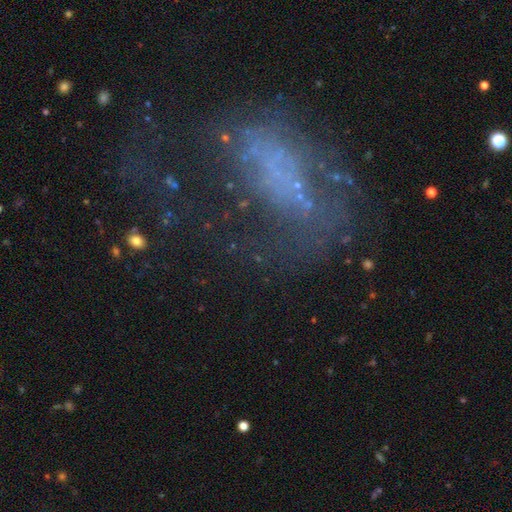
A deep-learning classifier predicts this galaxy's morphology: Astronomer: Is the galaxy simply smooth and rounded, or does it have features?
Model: featured or disk — 53%.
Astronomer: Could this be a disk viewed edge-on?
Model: no — 95%.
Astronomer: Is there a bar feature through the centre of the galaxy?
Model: no — 84%.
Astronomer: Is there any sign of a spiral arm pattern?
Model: no — 79%.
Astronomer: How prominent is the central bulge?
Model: none — 80%.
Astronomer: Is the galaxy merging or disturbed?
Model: major disturbance — 47% (runner-up: none, 31%).